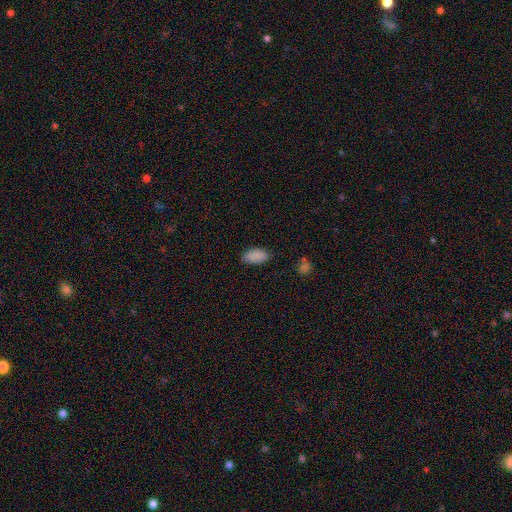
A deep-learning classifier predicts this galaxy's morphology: Smooth or featured? Predicted: smooth (p=0.87). How rounded? Predicted: in between (p=0.94). Merging? Predicted: none (p=0.75).